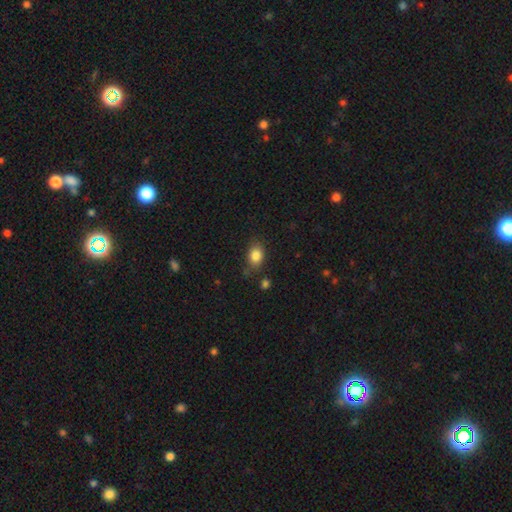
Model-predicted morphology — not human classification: smooth_or_featured: smooth (p=0.85) [alt: star or artifact p=0.09]
how_rounded: in between (p=0.71) [alt: round p=0.28]
merging: none (p=0.74) [alt: minor disturbance p=0.18]